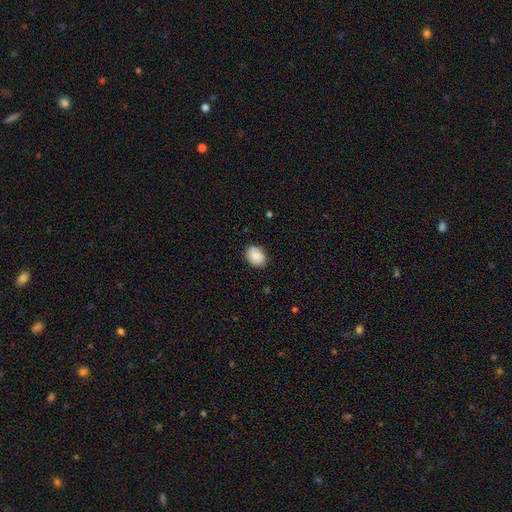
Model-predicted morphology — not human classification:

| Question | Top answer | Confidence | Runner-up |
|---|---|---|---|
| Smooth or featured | smooth | 87% | star or artifact (7%) |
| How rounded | in between | 69% | round (30%) |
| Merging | none | 86% | minor disturbance (11%) |